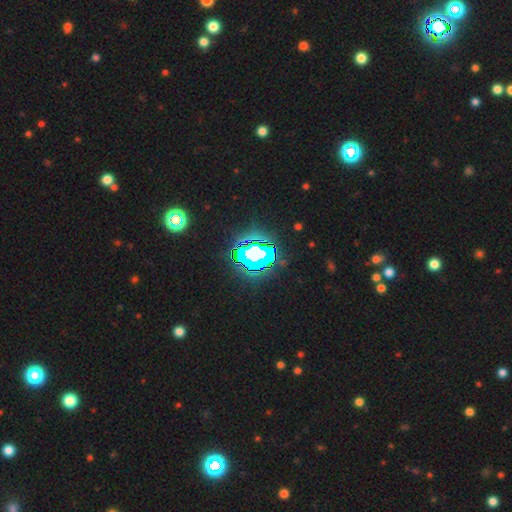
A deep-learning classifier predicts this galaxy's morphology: The model was most divided on "smooth or featured": star or artifact: 64%, featured or disk: 18%, smooth: 18%.